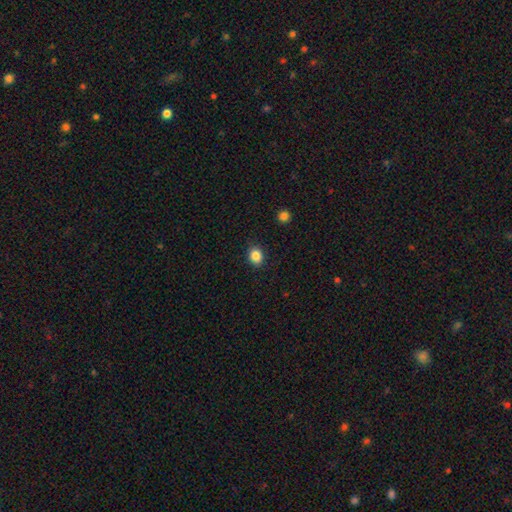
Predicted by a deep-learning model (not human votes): Morphology: type=smooth (85%); roundness=round (56%); merging=none (88%).